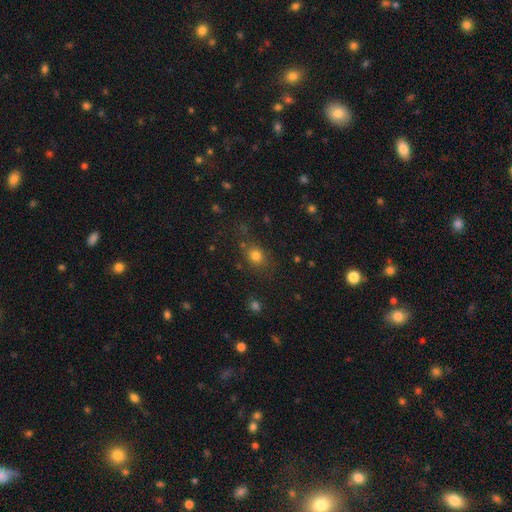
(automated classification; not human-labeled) Smooth or featured? Predicted: smooth (p=0.77). How rounded? Predicted: round (p=0.64). Merging? Predicted: none (p=0.74).